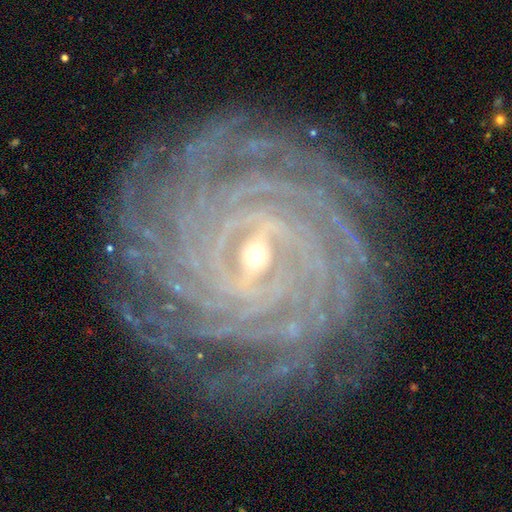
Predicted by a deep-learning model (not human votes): This appears to be a featured or disk galaxy (93%) with a weak bar (41%), more than 4 (40%) tight (85%) spiral arms (99%) and a small central bulge (72%). Merging: none (77%).